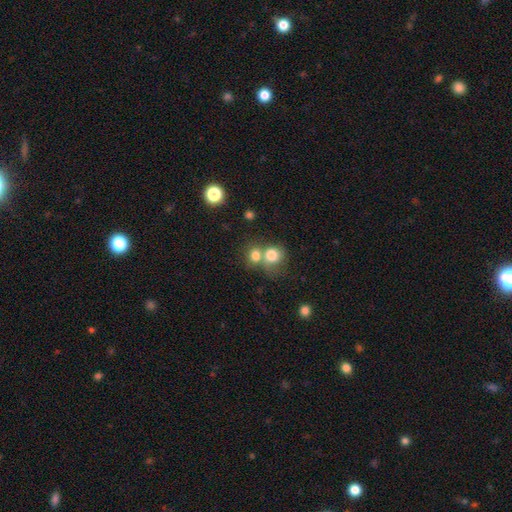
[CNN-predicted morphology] smooth 78%, star or artifact 11%, featured or disk 11%. Down the decision tree: how rounded — round (72%); merging — merger (54%).